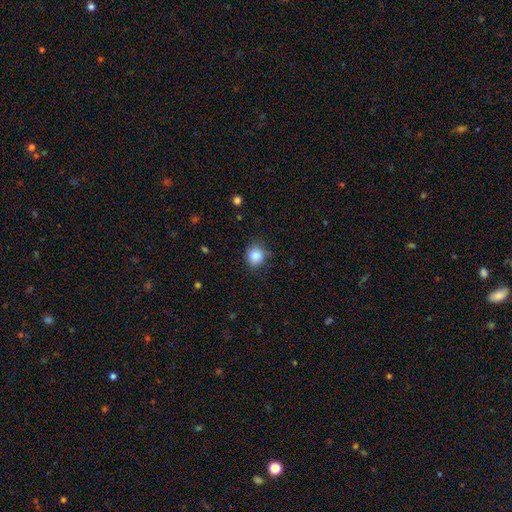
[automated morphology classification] This appears to be a smooth galaxy with no disk features (86%) that is round (82%). Merging: none (80%).